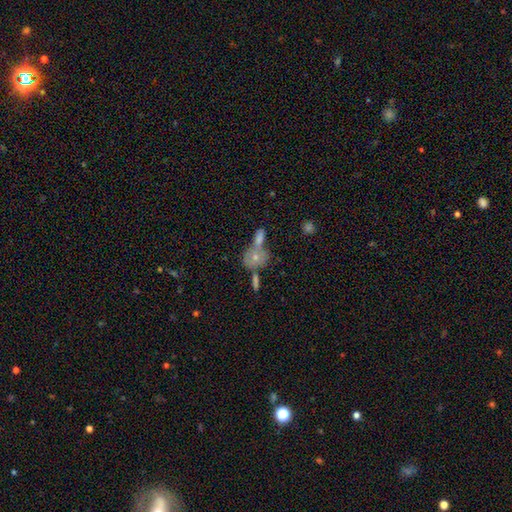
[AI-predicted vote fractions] smooth 53%, featured or disk 32%, star or artifact 15%. Down the decision tree: how rounded — round (52%); merging — merger (41%).